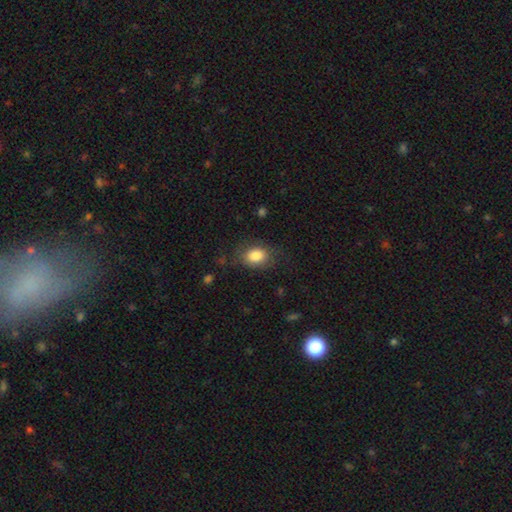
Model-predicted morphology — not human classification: smooth_or_featured: smooth (p=0.83) [alt: featured or disk p=0.09]
how_rounded: in between (p=0.74) [alt: round p=0.25]
merging: none (p=0.71) [alt: minor disturbance p=0.19]